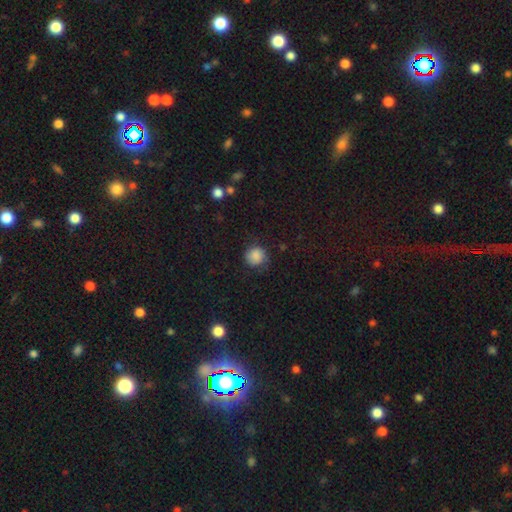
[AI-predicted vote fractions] Smooth or featured? smooth (81%)
How rounded? round (89%)
Merging? none (73%)